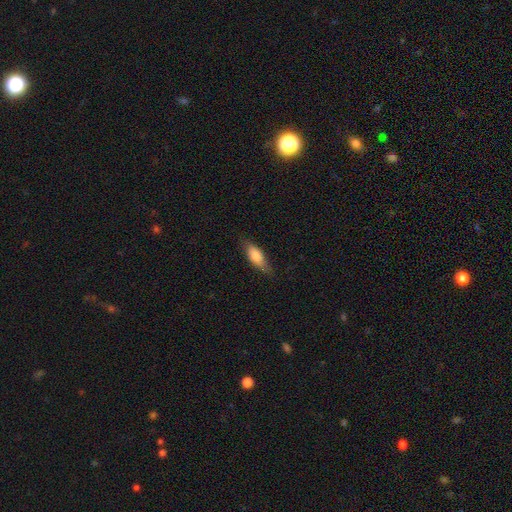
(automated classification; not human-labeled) smooth 77%, featured or disk 17%, star or artifact 6%. Down the decision tree: how rounded — in between (65%); merging — none (72%).